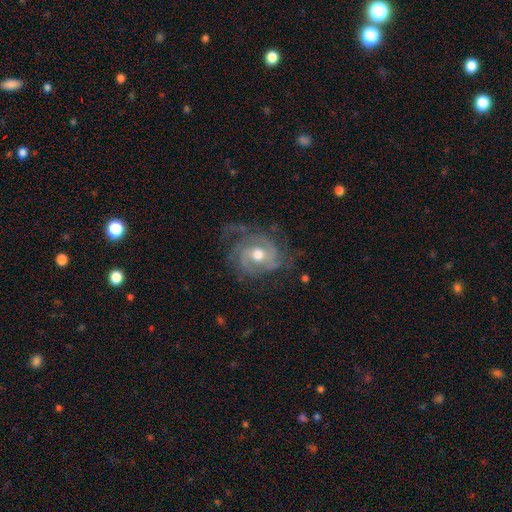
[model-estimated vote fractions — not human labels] A featured or disk galaxy (88%) with no bar (60%), 3 (31%) tight (56%) spiral arms (95%) and a moderate central bulge (77%). Merging: none (66%).